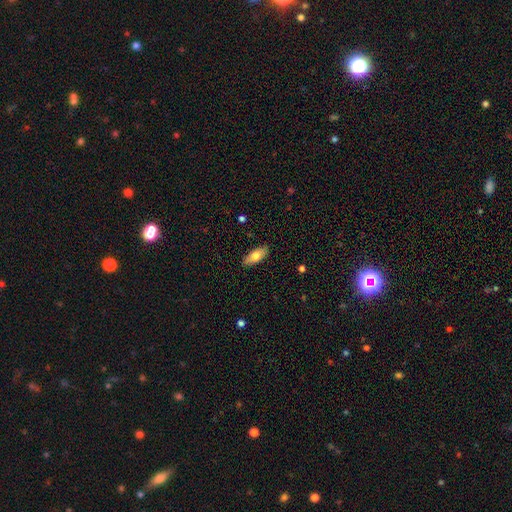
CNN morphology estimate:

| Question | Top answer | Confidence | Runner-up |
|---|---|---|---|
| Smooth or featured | smooth | 71% | featured or disk (23%) |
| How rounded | in between | 78% | cigar-shaped (20%) |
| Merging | none | 89% | minor disturbance (9%) |